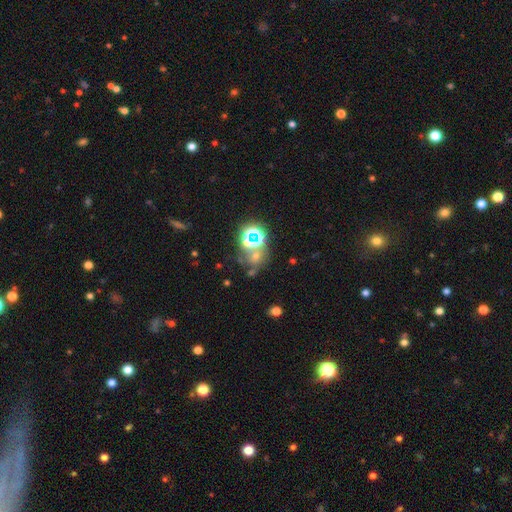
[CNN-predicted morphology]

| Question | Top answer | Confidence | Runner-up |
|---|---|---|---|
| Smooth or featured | star or artifact | 55% | smooth (32%) |